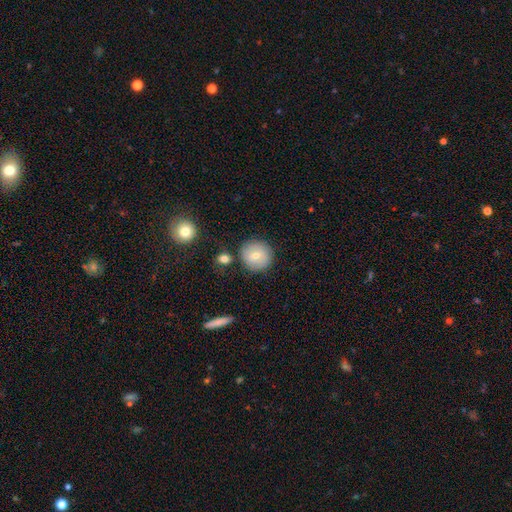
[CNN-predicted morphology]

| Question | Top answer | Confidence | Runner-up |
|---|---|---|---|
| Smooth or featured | smooth | 72% | featured or disk (20%) |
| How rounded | round | 92% | in between (7%) |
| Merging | none | 82% | minor disturbance (10%) |